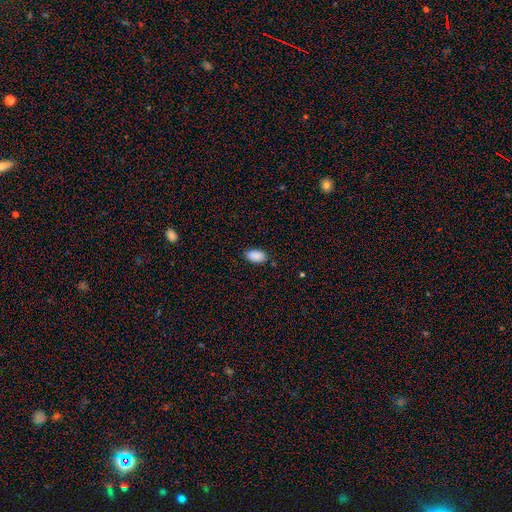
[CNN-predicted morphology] Smooth or featured?
  - smooth: 90% *
  - star or artifact: 7%
  - featured or disk: 3%
How rounded?
  - in between: 94% *
  - round: 5%
  - cigar-shaped: 2%
Merging?
  - none: 83% *
  - minor disturbance: 13%
  - major disturbance: 3%
  - merger: 1%